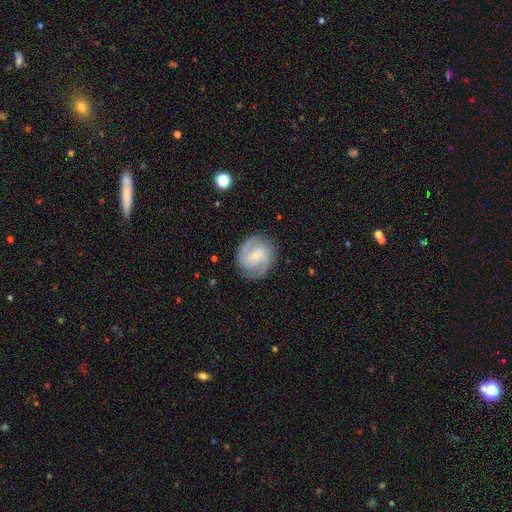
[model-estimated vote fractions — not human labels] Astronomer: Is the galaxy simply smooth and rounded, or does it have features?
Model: featured or disk — 79%.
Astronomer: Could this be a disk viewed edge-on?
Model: no — 98%.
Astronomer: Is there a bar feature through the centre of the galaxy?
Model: weak — 44% (runner-up: no, 43%).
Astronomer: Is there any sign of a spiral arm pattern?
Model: yes — 94%.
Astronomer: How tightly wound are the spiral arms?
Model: medium — 48% (runner-up: tight, 36%).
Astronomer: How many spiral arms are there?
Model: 2 — 68%.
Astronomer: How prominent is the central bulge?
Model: small — 72%.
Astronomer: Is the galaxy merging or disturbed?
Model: none — 81%.